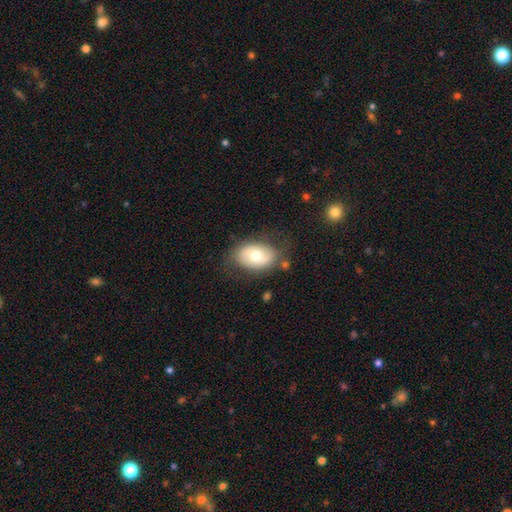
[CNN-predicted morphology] Overall: smooth (62%; featured or disk 31%). How rounded: in between (85%). Merging: none (72%).